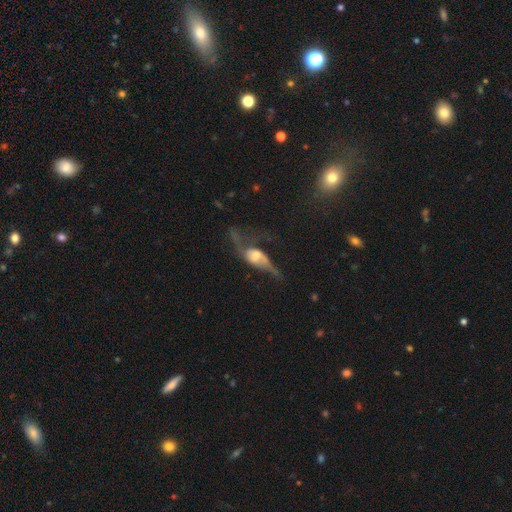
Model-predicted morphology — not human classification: Overall: featured or disk (63%; smooth 29%). Edge-on disk: no (69%; yes 31%). Merging: major disturbance (55%; none 21%).